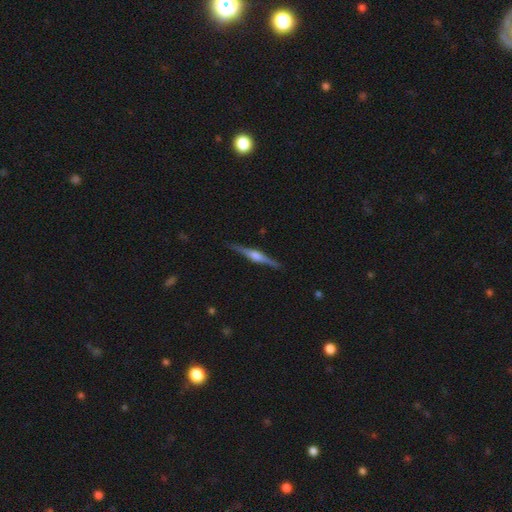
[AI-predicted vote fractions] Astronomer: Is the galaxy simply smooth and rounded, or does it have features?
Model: featured or disk — 81%.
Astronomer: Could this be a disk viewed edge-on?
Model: yes — 98%.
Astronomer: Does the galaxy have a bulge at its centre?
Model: rounded — 81%.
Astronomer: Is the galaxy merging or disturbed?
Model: none — 90%.